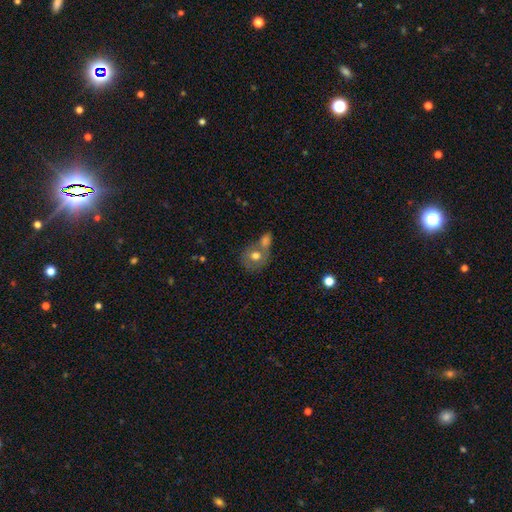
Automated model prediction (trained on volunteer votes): Overall: smooth (67%). How rounded: round (76%). Merging: merger (50%; none 34%).